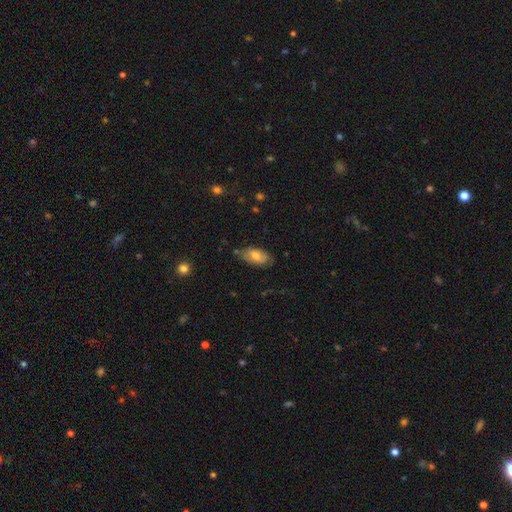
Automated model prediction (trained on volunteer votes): Smooth or featured: smooth — 65% (featured or disk — 27%)
How rounded: in between — 92% (cigar-shaped — 5%)
Merging: none — 70% (minor disturbance — 23%)